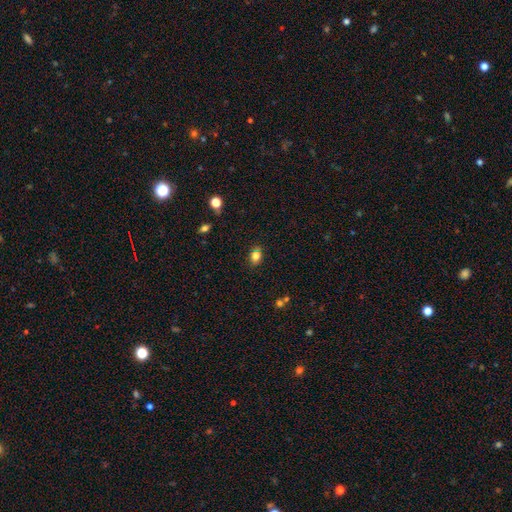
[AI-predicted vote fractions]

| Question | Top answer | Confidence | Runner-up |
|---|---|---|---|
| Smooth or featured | smooth | 80% | star or artifact (13%) |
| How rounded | in between | 66% | round (32%) |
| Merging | none | 80% | minor disturbance (13%) |